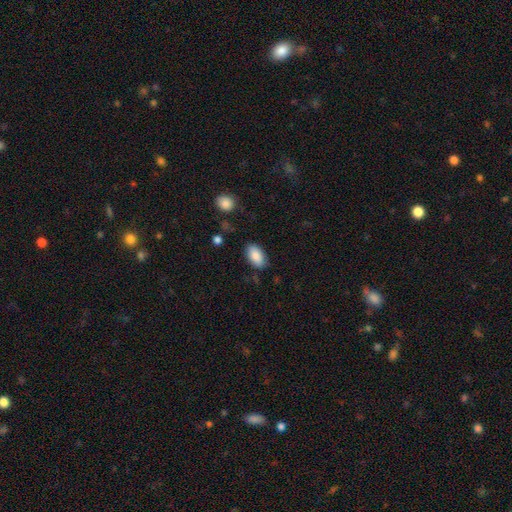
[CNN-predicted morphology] Smooth or featured? smooth (86%)
How rounded? in between (93%)
Merging? none (80%)